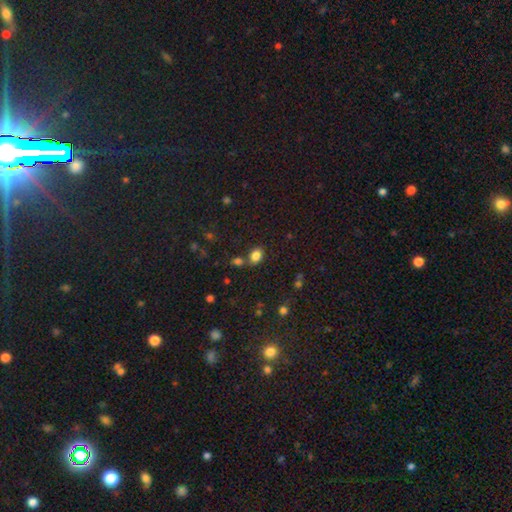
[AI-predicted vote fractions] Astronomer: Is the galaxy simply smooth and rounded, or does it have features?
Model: smooth — 82%.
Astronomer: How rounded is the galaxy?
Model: in between — 77%.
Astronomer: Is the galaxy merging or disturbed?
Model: none — 68%.